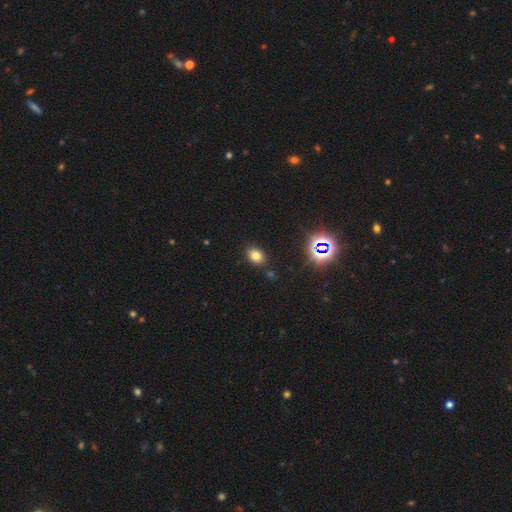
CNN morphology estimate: Smooth or featured: smooth — 75% (star or artifact — 18%)
How rounded: in between — 62% (round — 37%)
Merging: none — 86% (minor disturbance — 9%)